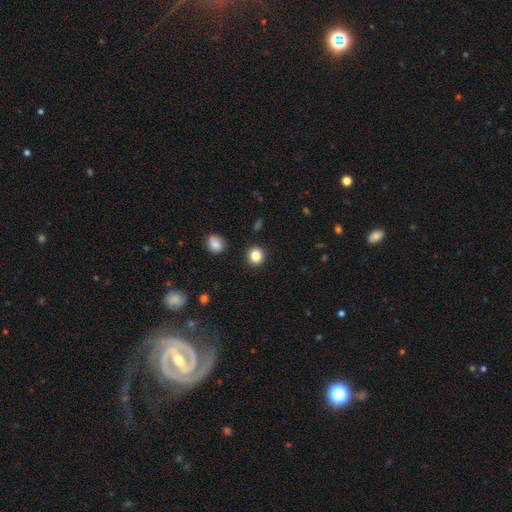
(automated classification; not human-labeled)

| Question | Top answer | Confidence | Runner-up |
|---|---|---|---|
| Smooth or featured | smooth | 84% | star or artifact (11%) |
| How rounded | round | 87% | in between (12%) |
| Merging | none | 91% | minor disturbance (5%) |